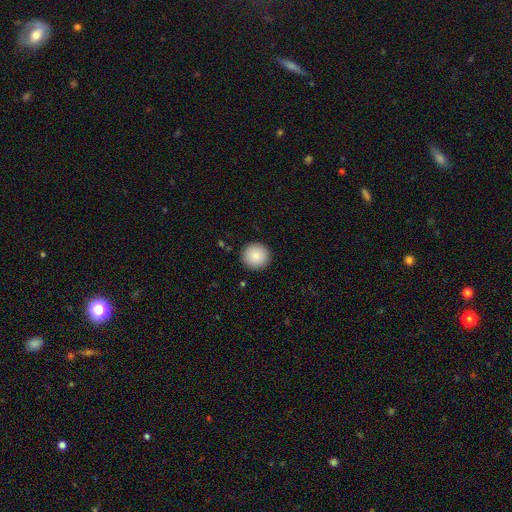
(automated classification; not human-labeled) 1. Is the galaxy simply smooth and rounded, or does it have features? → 87% smooth, 8% star or artifact, 5% featured or disk.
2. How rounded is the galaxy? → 95% round, 4% in between, 1% cigar-shaped.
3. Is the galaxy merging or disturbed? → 92% none, 5% minor disturbance, 2% major disturbance, 1% merger.